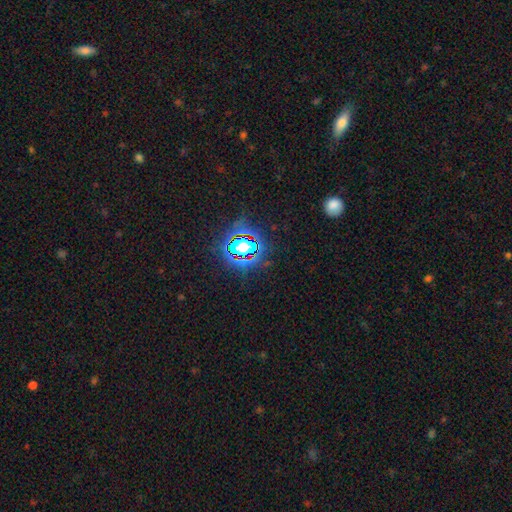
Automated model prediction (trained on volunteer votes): Smooth or featured?
  - star or artifact: 81% *
  - smooth: 12%
  - featured or disk: 7%